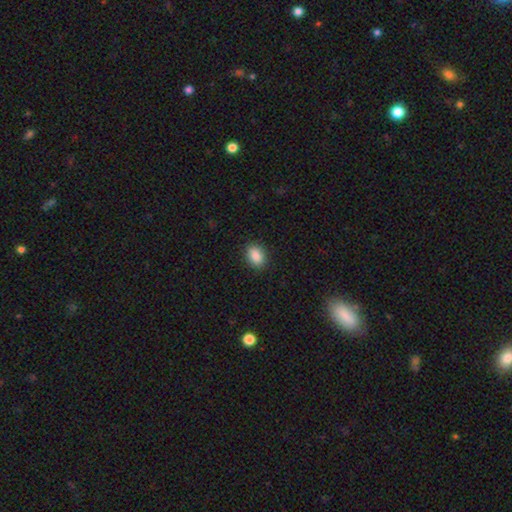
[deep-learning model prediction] smooth 89%, star or artifact 8%, featured or disk 3%. Down the decision tree: how rounded — in between (76%); merging — none (89%).